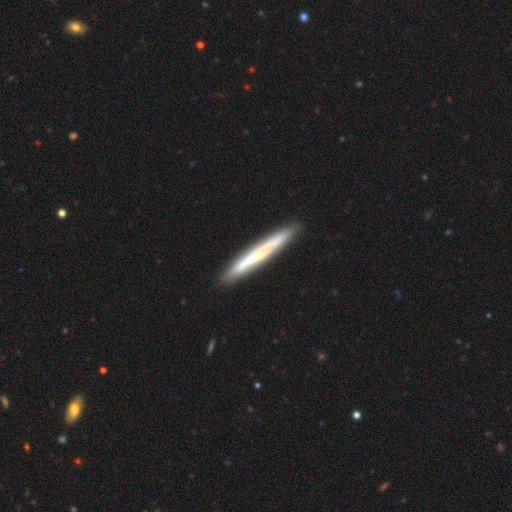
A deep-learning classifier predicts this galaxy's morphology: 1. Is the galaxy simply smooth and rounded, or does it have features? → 49% smooth, 45% featured or disk, 6% star or artifact.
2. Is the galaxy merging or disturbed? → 88% none, 9% minor disturbance, 2% merger, 2% major disturbance.